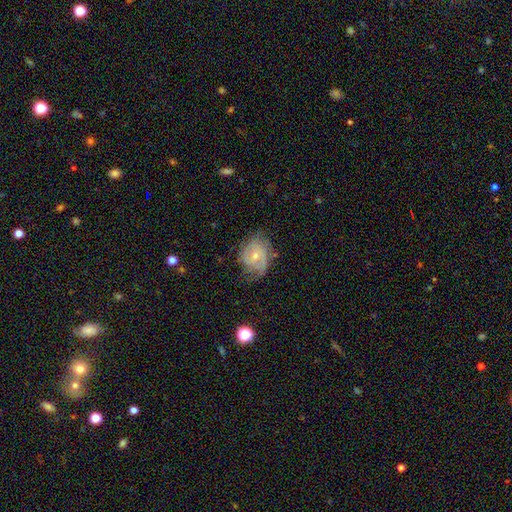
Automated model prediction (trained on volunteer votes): featured or disk 61%, smooth 31%, star or artifact 8%. Down the decision tree: edge-on disk — no (96%); bar — no (66%); spiral arms — yes (81%); bulge size — small (50%); merging — none (52%).